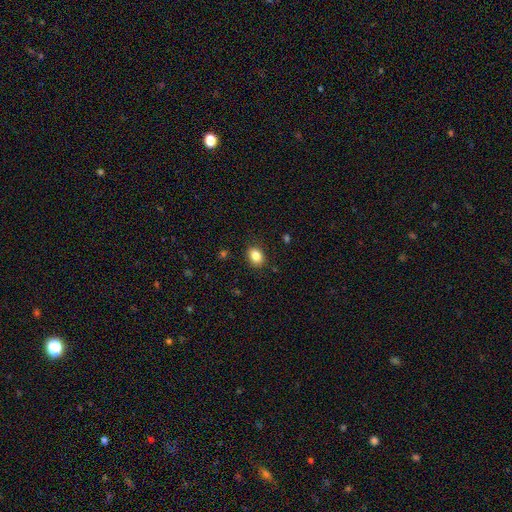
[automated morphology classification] smooth 85%, star or artifact 9%, featured or disk 5%. Down the decision tree: how rounded — in between (64%); merging — none (87%).